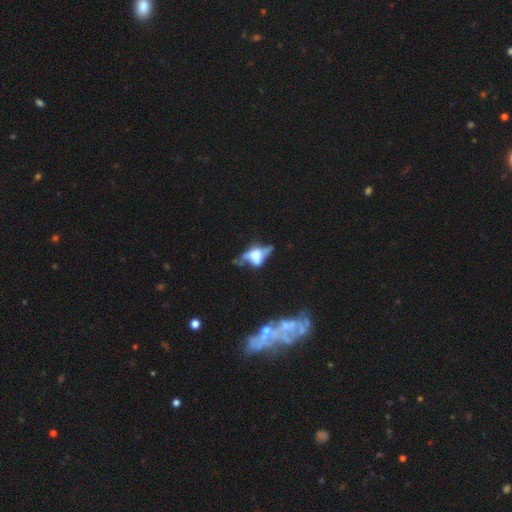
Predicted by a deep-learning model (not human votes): A featured or disk galaxy (67%) viewed edge-on (58%). Merging: none (40%).